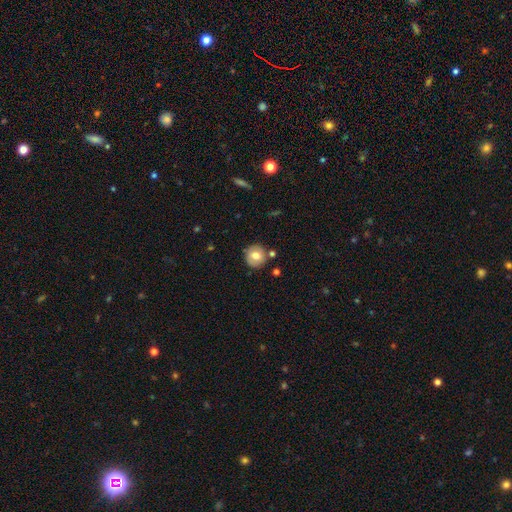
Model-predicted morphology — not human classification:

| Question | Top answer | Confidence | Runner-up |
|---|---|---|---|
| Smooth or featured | smooth | 71% | featured or disk (21%) |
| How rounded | round | 90% | in between (9%) |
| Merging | none | 82% | minor disturbance (11%) |